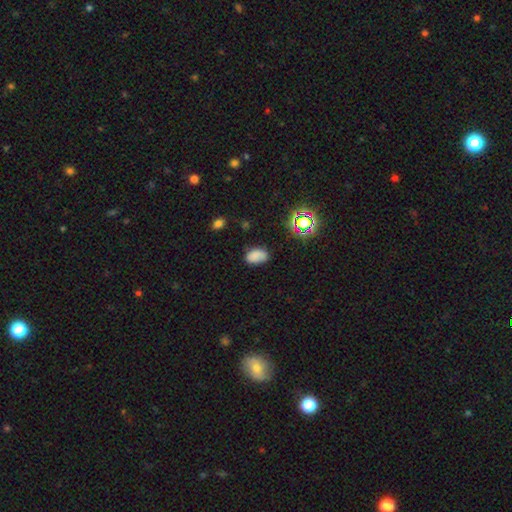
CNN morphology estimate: Smooth or featured? smooth (77%)
How rounded? in between (87%)
Merging? none (66%)